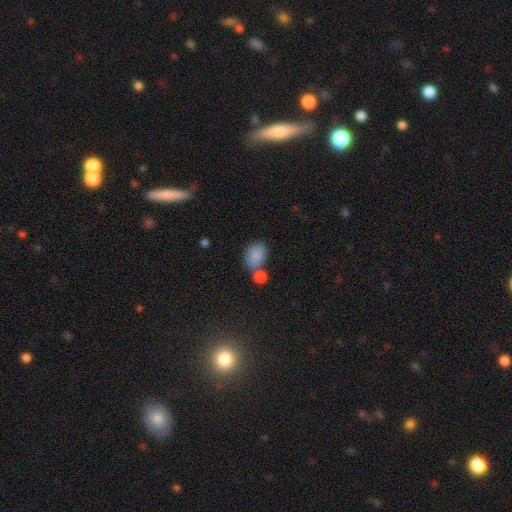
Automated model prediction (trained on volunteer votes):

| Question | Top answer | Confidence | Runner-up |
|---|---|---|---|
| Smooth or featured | smooth | 86% | star or artifact (8%) |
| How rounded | in between | 75% | round (24%) |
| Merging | none | 52% | merger (27%) |